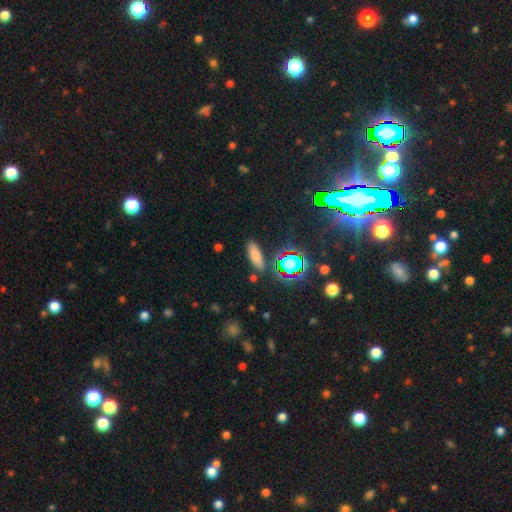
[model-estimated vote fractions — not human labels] Smooth or featured? Predicted: smooth (p=0.73). How rounded? Predicted: in between (p=0.58). Merging? Predicted: none (p=0.82).